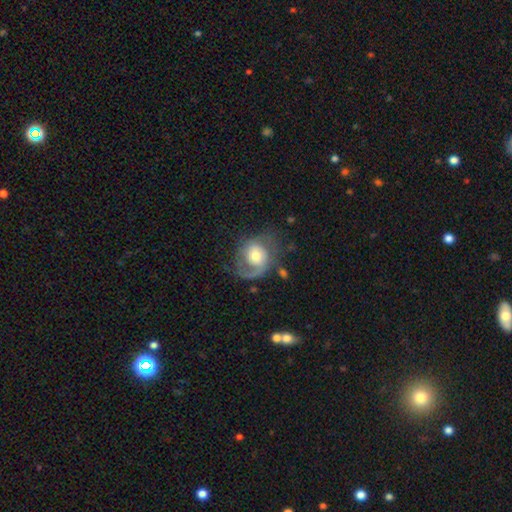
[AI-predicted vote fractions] The model was most divided on "merging": none: 46%, major disturbance: 28%, minor disturbance: 23%, merger: 3%. More confident: edge-on disk — no (97%); spiral arms — yes (81%); bar — no (71%); bulge size — moderate (66%); smooth or featured — featured or disk (62%).